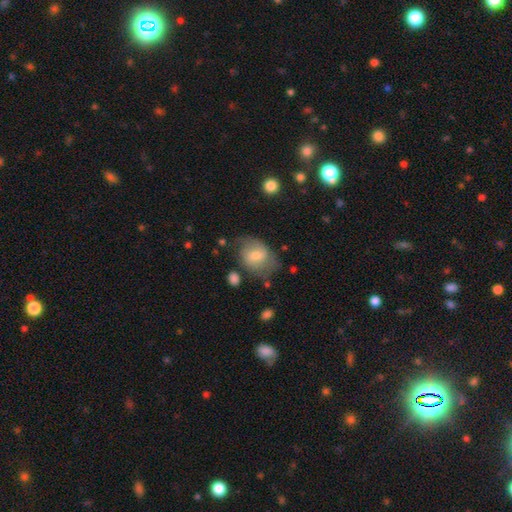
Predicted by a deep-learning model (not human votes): This appears to be a smooth galaxy with no disk features (54%) that is in between round and cigar-shaped (61%). Merging: none (53%).